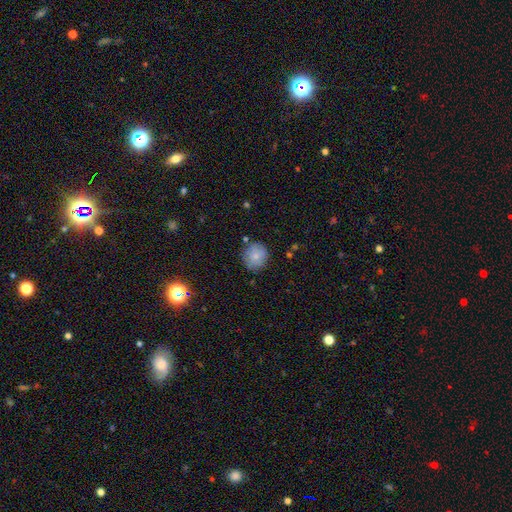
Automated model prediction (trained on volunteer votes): Overall: smooth (79%). How rounded: round (87%). Merging: none (79%).